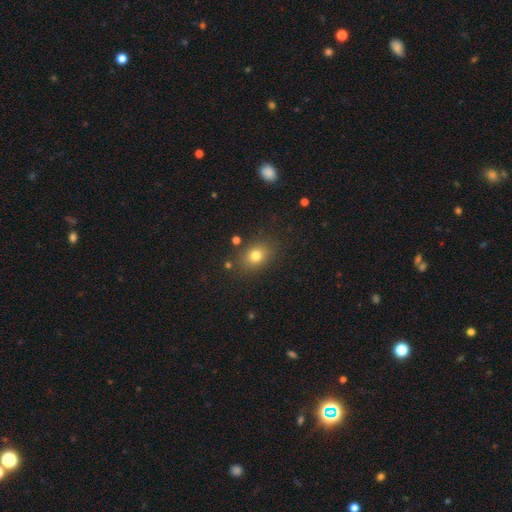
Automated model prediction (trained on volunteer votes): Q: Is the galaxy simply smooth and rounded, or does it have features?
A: smooth — 77%.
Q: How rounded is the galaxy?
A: in between — 53%.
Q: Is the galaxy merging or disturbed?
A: none — 82%.